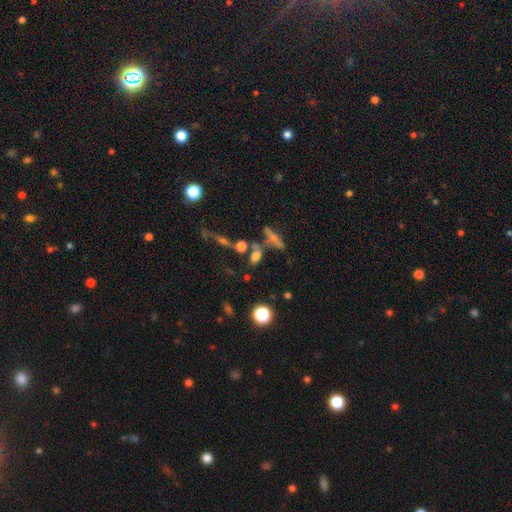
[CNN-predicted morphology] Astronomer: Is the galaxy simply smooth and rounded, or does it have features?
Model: smooth — 61%.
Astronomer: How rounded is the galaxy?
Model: in between — 59%.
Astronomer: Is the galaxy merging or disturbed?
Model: none — 54%.